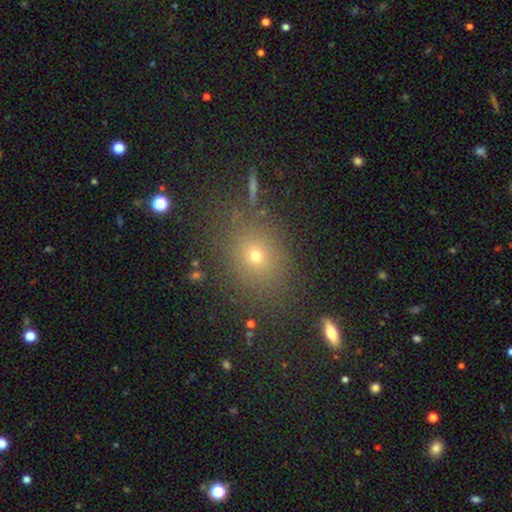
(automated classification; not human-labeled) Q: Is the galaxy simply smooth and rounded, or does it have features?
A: smooth — 66%.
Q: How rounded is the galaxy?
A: round — 59%.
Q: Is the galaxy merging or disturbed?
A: none — 82%.